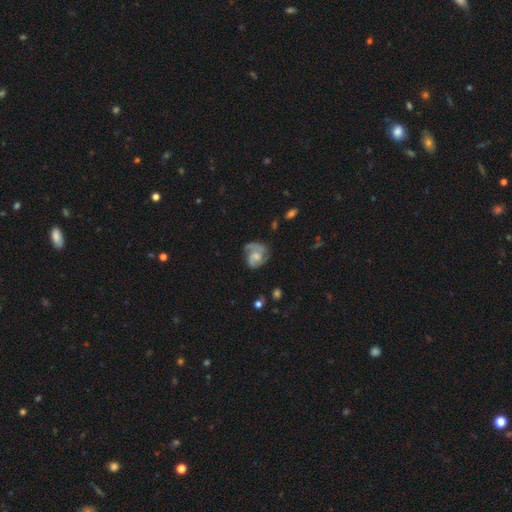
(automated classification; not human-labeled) Smooth or featured? featured or disk (71%)
Edge-on disk? no (98%)
Bar? no (67%)
Spiral arms? yes (89%)
Spiral winding? medium (43%)
Spiral arm count? 2 (49%)
Bulge size? moderate (46%)
Merging? none (52%)